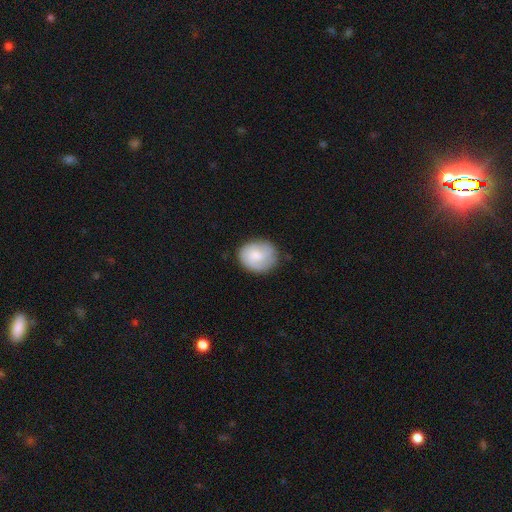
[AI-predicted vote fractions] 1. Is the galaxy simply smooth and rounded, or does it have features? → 67% smooth, 27% featured or disk, 6% star or artifact.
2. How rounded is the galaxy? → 62% round, 38% in between, 1% cigar-shaped.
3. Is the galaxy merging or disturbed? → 74% none, 19% minor disturbance, 6% major disturbance, 2% merger.